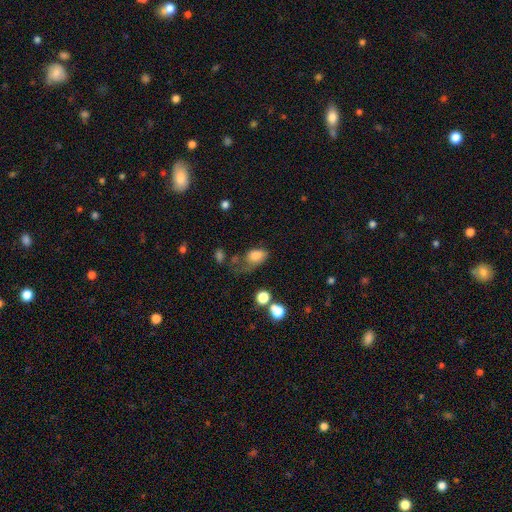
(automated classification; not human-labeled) This is likely a smooth galaxy (78%). How rounded: clearly in between (83%). Merging: marginally major disturbance (37%).